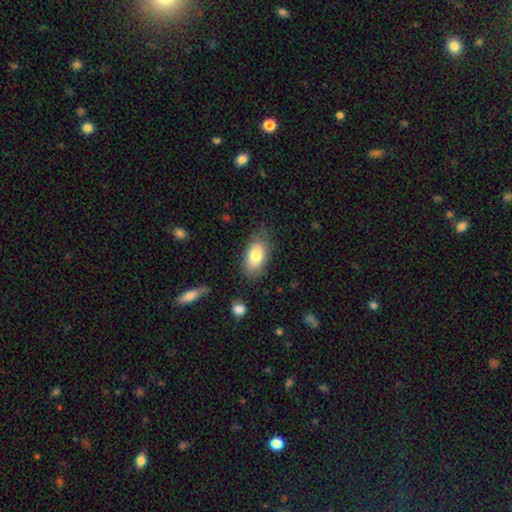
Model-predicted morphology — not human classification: Overall: smooth (79%). How rounded: in between (92%). Merging: none (74%).